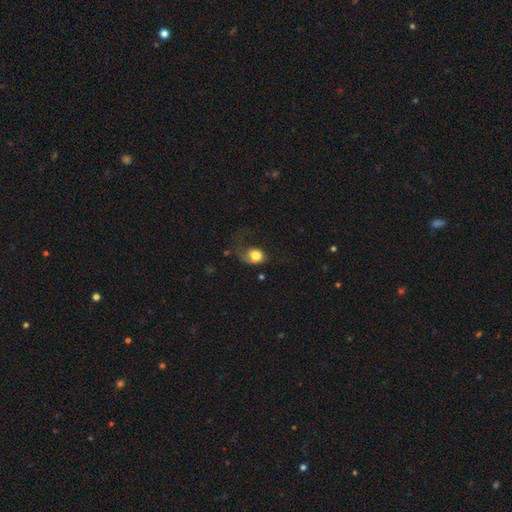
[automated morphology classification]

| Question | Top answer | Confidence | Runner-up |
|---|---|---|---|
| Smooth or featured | smooth | 65% | featured or disk (27%) |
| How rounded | round | 51% | in between (48%) |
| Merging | major disturbance | 50% | none (27%) |